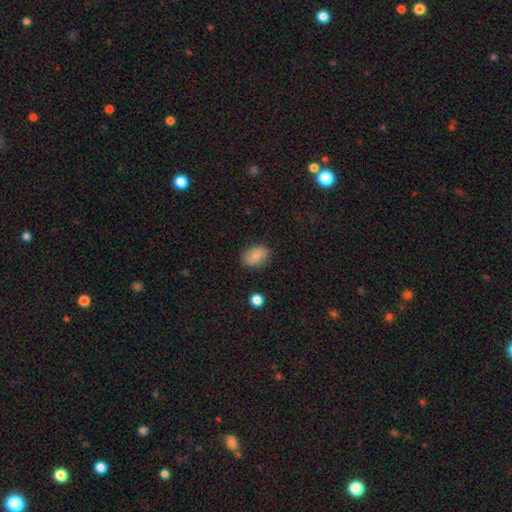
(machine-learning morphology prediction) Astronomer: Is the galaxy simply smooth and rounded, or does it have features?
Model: smooth — 81%.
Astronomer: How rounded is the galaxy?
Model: in between — 77%.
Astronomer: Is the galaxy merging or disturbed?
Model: none — 85%.